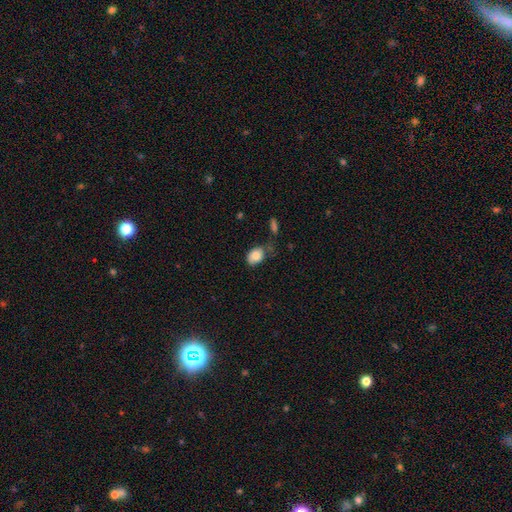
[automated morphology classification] smooth_or_featured: smooth (p=0.84) [alt: featured or disk p=0.09]
how_rounded: in between (p=0.78) [alt: round p=0.20]
merging: none (p=0.48) [alt: minor disturbance p=0.32]